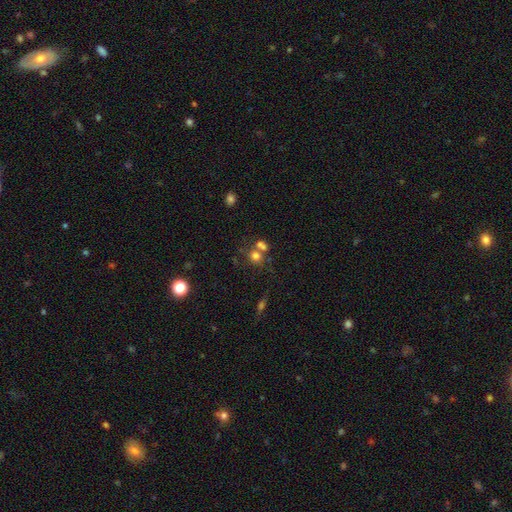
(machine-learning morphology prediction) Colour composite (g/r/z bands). It shows a smooth galaxy with no disk features (70%) that is round (75%). Merging: none (43%).